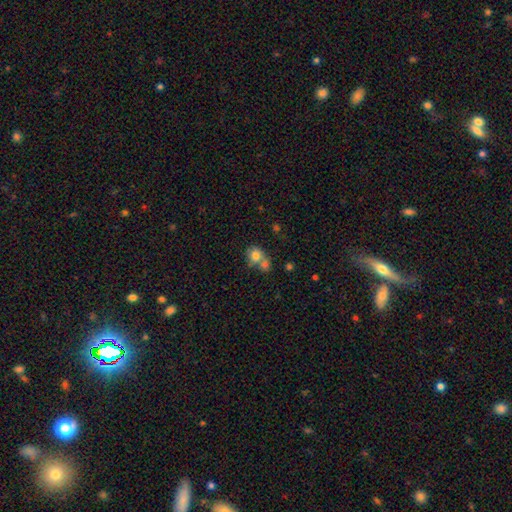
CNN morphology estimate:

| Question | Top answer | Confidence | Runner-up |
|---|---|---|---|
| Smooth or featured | smooth | 77% | featured or disk (13%) |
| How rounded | round | 71% | in between (28%) |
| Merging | merger | 51% | none (36%) |